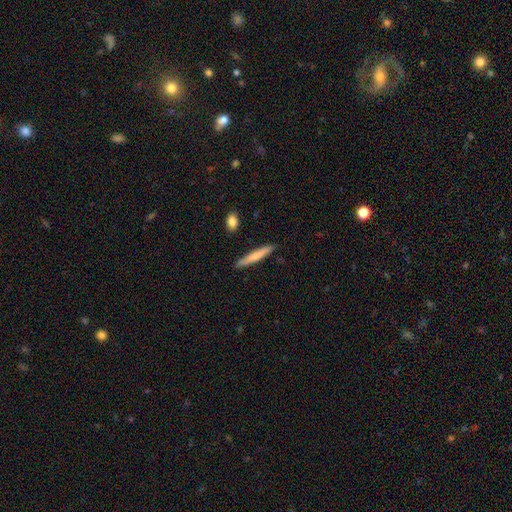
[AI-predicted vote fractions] Smooth or featured: smooth — 68% (featured or disk — 27%)
How rounded: cigar-shaped — 94% (in between — 4%)
Merging: none — 89% (minor disturbance — 7%)